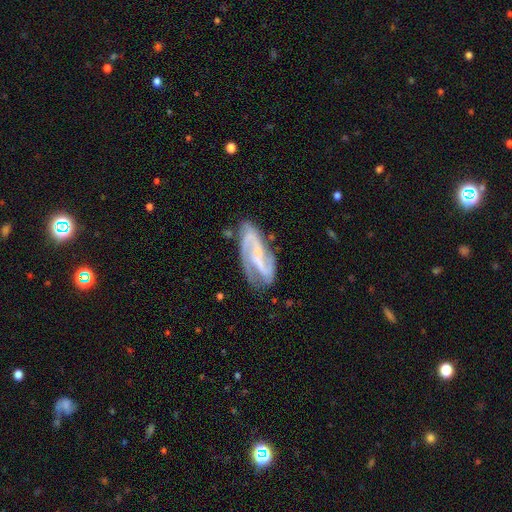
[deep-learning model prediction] smooth_or_featured: featured or disk (p=0.75) [alt: smooth p=0.14]
disk_edge_on: no (p=0.88) [alt: yes p=0.12]
bar: strong (p=0.39) [alt: weak p=0.33]
has_spiral_arms: yes (p=0.90) [alt: no p=0.10]
spiral_winding: medium (p=0.41) [alt: tight p=0.35]
spiral_arm_count: 2 (p=0.60) [alt: can't tell p=0.16]
bulge_size: small (p=0.45) [alt: none p=0.35]
merging: none (p=0.67) [alt: minor disturbance p=0.19]